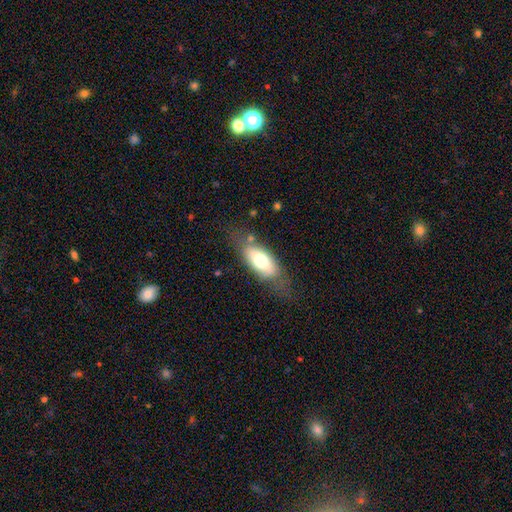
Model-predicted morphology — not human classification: smooth-or-featured: smooth: 66% | featured or disk: 27% | star or artifact: 7%
  how-rounded: in between: 84% | cigar-shaped: 13% | round: 3%
  merging: none: 62% | minor disturbance: 23% | major disturbance: 12% | merger: 3%